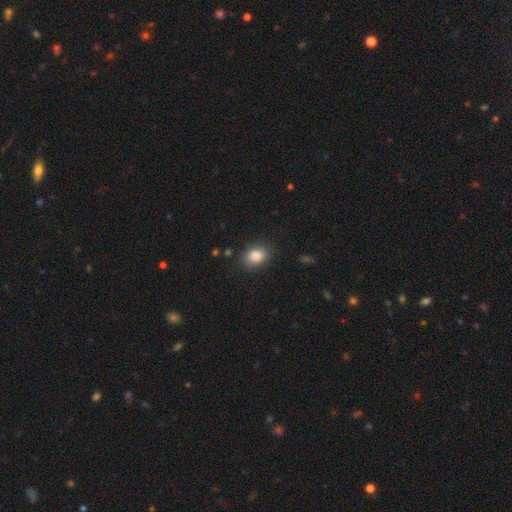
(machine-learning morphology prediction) This is clearly a smooth galaxy (86%). How rounded: likely in between (68%). Merging: clearly none (83%).